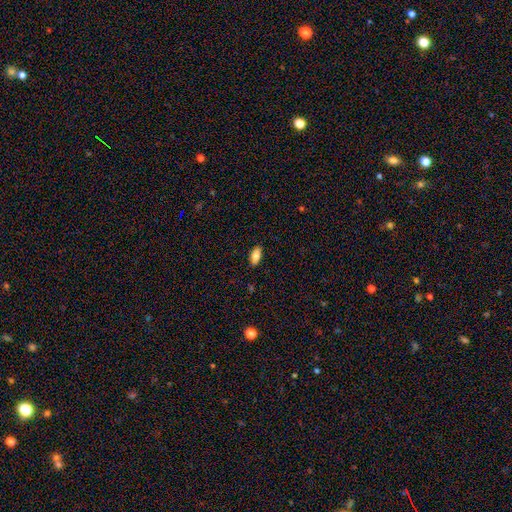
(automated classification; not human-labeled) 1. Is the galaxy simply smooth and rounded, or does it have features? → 82% smooth, 11% featured or disk, 7% star or artifact.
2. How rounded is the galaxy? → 88% in between, 9% cigar-shaped, 2% round.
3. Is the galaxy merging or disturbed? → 88% none, 9% minor disturbance, 2% major disturbance, 1% merger.